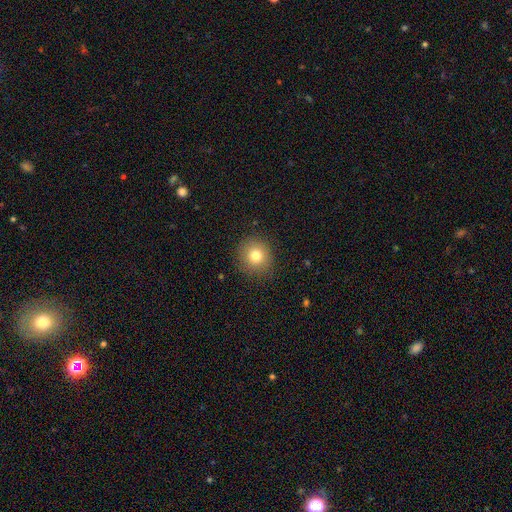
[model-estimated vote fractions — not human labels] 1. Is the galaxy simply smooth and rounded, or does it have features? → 78% smooth, 12% star or artifact, 10% featured or disk.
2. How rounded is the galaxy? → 90% round, 9% in between, 1% cigar-shaped.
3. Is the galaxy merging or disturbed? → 88% none, 8% minor disturbance, 3% major disturbance, 1% merger.